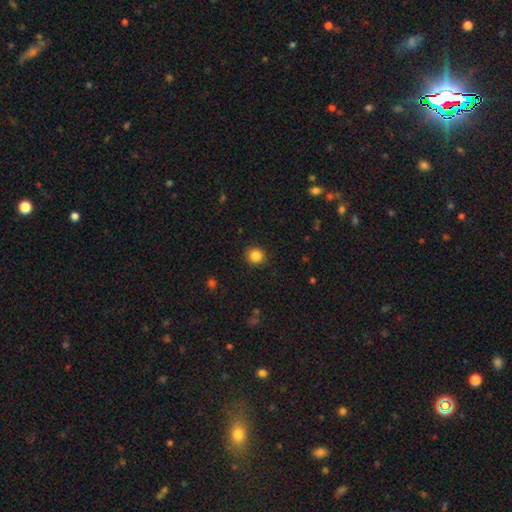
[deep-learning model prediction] A smooth galaxy with no disk features (85%) that is round (91%). Merging: none (90%).